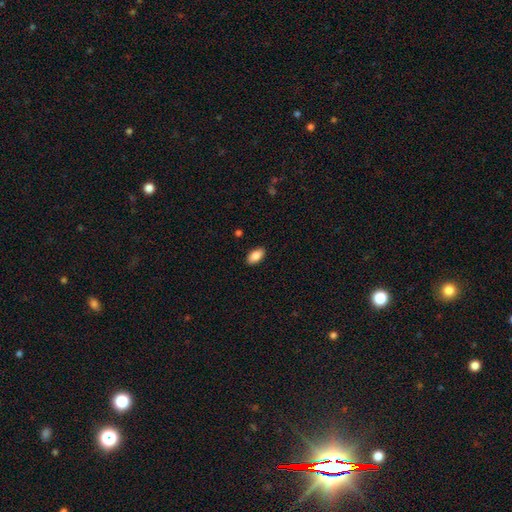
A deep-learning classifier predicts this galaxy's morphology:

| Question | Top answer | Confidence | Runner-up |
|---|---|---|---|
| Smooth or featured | smooth | 87% | star or artifact (7%) |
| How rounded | in between | 93% | cigar-shaped (4%) |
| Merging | none | 89% | minor disturbance (8%) |